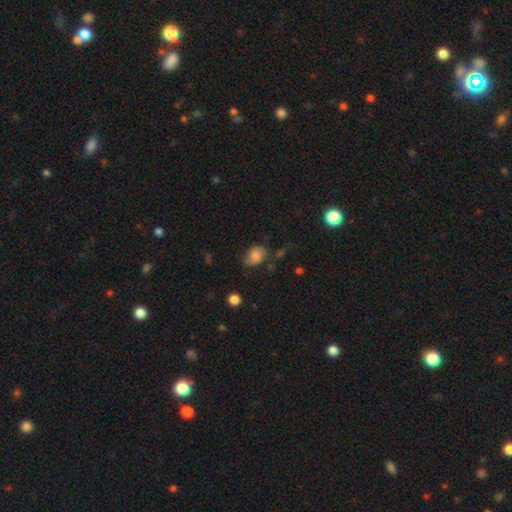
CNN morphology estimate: The model was most divided on "merging": none: 52%, minor disturbance: 32%, major disturbance: 12%, merger: 4%. More confident: smooth or featured — smooth (70%); how rounded — in between (68%).